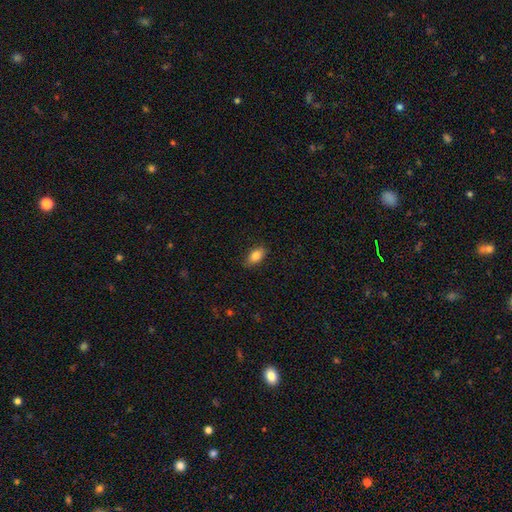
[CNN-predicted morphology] smooth-or-featured: smooth: 84% | featured or disk: 9% | star or artifact: 8%
  how-rounded: in between: 89% | cigar-shaped: 6% | round: 5%
  merging: none: 85% | minor disturbance: 11% | major disturbance: 2% | merger: 1%